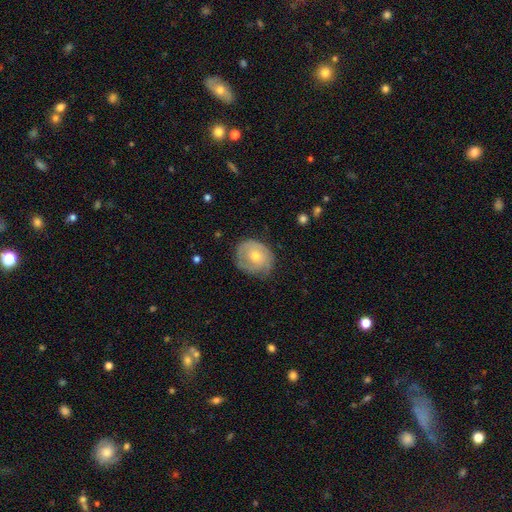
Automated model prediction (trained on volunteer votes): Overall: featured or disk (59%; smooth 34%). Edge-on disk: no (96%). Bar: no (82%). Spiral arms: yes (75%). Bulge size: moderate (54%; small 42%). Merging: none (66%).